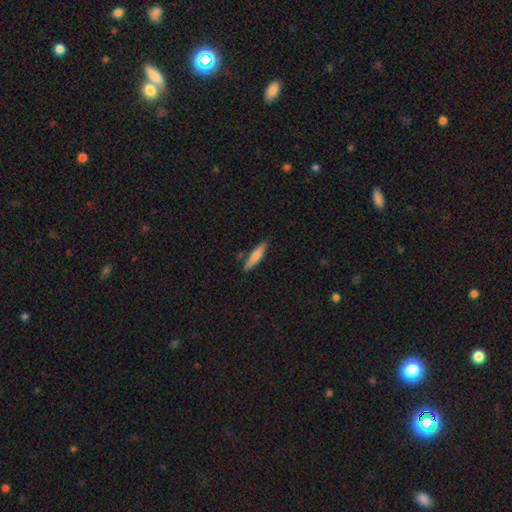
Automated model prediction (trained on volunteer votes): A smooth galaxy with no disk features (65%) that is cigar-shaped (86%).

Vote fractions:
- Smooth or featured? smooth: 65% / featured or disk: 29% / star or artifact: 6%
- How rounded? cigar-shaped: 86% / in between: 13% / round: 2%
- Merging? none: 84% / minor disturbance: 11% / merger: 3% / major disturbance: 2%